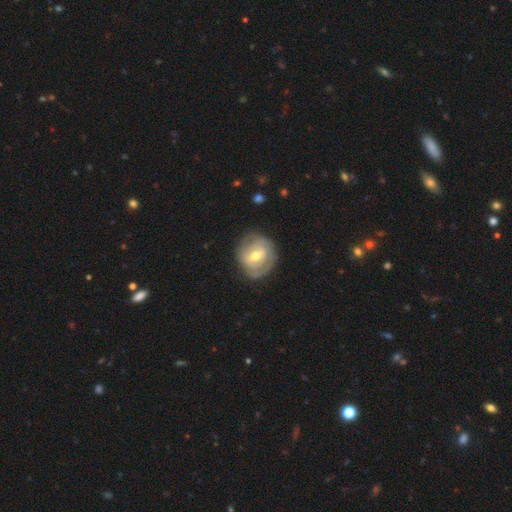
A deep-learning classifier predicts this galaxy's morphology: The model was most divided on "spiral arm count": 2: 46%, can't tell: 33%, 3: 10%, 1: 6%, 4: 3%, more than 4: 2%. Remaining: edge-on disk — no (97%); spiral arms — yes (79%); merging — none (75%); smooth or featured — featured or disk (71%); bulge size — moderate (67%); spiral winding — tight (66%); bar — weak (50%).